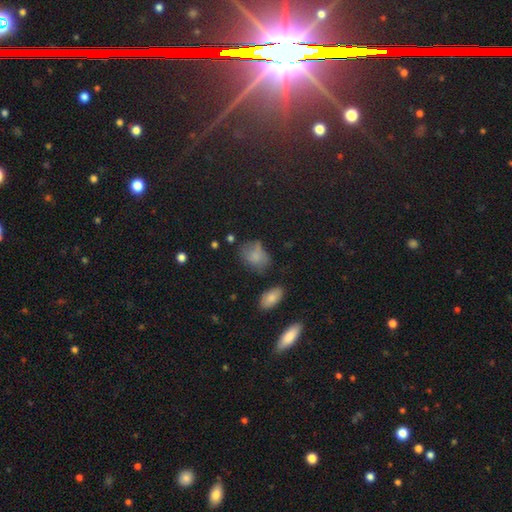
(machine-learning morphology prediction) A smooth galaxy with no disk features (74%) that is in between round and cigar-shaped (64%).

Vote fractions:
- Smooth or featured? smooth: 74% / featured or disk: 14% / star or artifact: 12%
- How rounded? in between: 64% / round: 34% / cigar-shaped: 2%
- Merging? none: 46% / minor disturbance: 30% / major disturbance: 17% / merger: 6%